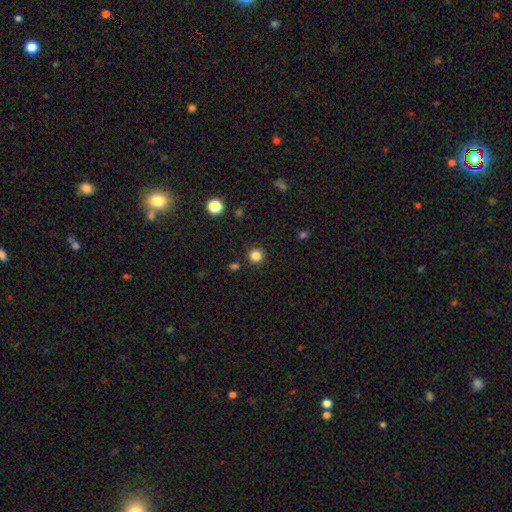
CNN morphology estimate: Overall: smooth (84%). How rounded: round (95%). Merging: none (91%).